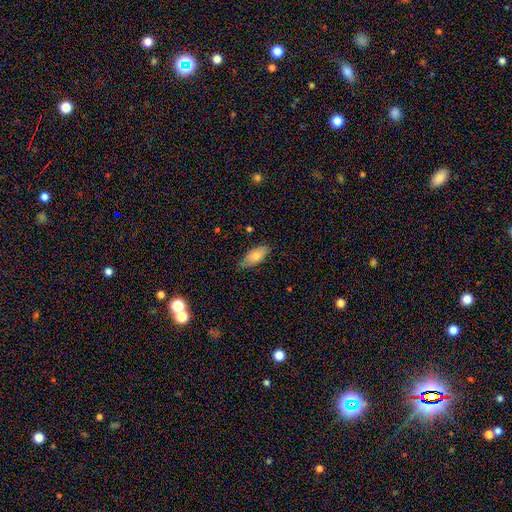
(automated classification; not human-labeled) This is likely a smooth galaxy (75%). How rounded: clearly in between (84%). Merging: likely none (79%).